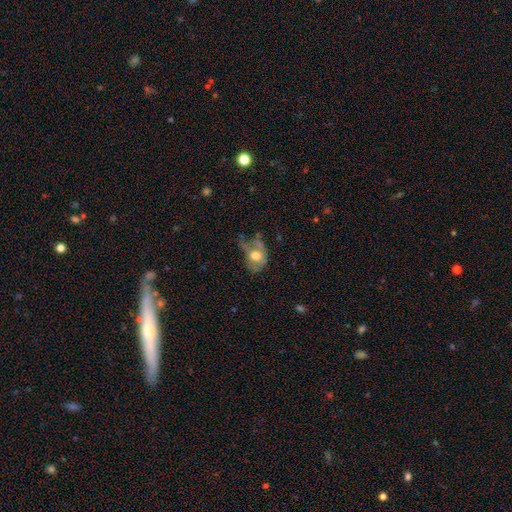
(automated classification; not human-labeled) smooth 53%, featured or disk 38%, star or artifact 9%. Down the decision tree: how rounded — in between (65%); merging — major disturbance (42%).